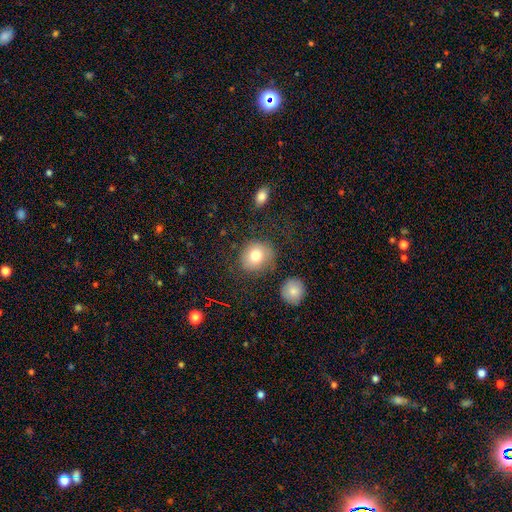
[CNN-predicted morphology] A smooth galaxy with no disk features (77%) that is round (80%).

Vote fractions:
- Smooth or featured? smooth: 77% / featured or disk: 13% / star or artifact: 10%
- How rounded? round: 80% / in between: 19% / cigar-shaped: 1%
- Merging? none: 72% / minor disturbance: 15% / major disturbance: 9% / merger: 4%